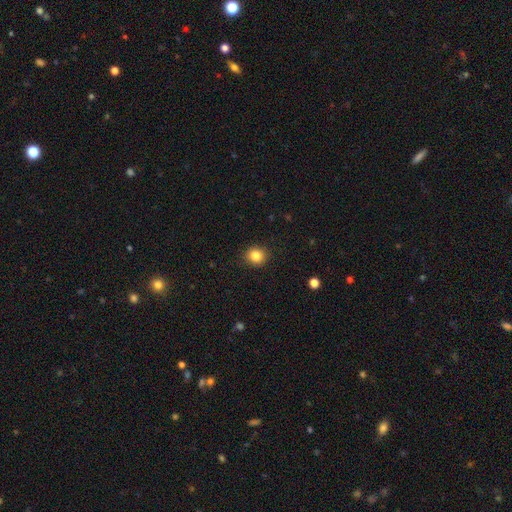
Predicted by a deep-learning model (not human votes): smooth-or-featured: smooth: 84% | star or artifact: 10% | featured or disk: 5%
  how-rounded: round: 84% | in between: 15% | cigar-shaped: 1%
  merging: none: 91% | minor disturbance: 7% | major disturbance: 2% | merger: 1%